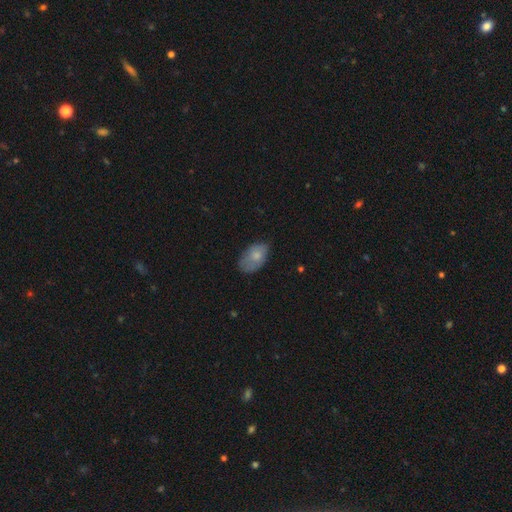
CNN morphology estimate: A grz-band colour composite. It shows a smooth galaxy with no disk features (74%) that is in between round and cigar-shaped (91%). Merging: none (54%).